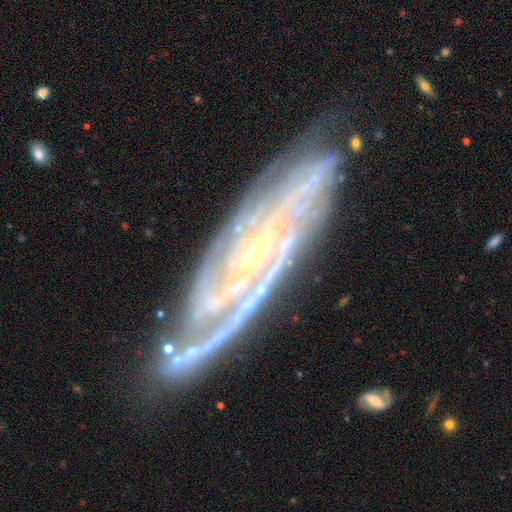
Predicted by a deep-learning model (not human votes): Morphology: type=featured or disk (89%); edge-on=no (83%); bar=no (45%); spiral arms=yes (98%); winding=tight (68%); arm count=3 (27%); bulge=small (79%); merging=none (76%).